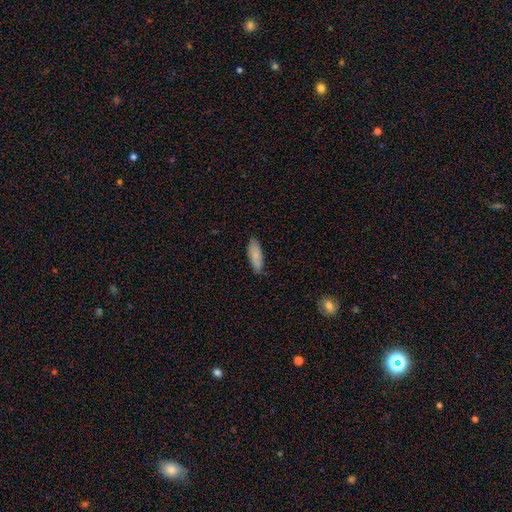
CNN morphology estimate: This appears to be a smooth galaxy with no disk features (82%) that is in between round and cigar-shaped (68%). Merging: none (77%).